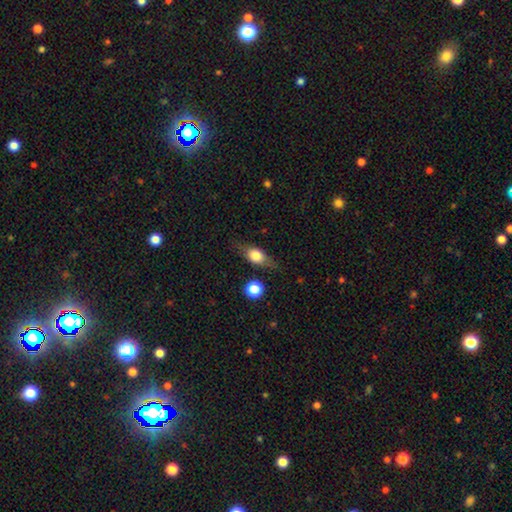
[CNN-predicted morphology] Q: Smooth or featured?
A: smooth (57%); runner-up: featured or disk (34%)
Q: How rounded?
A: in between (58%); runner-up: round (24%)
Q: Merging?
A: none (72%); runner-up: minor disturbance (18%)